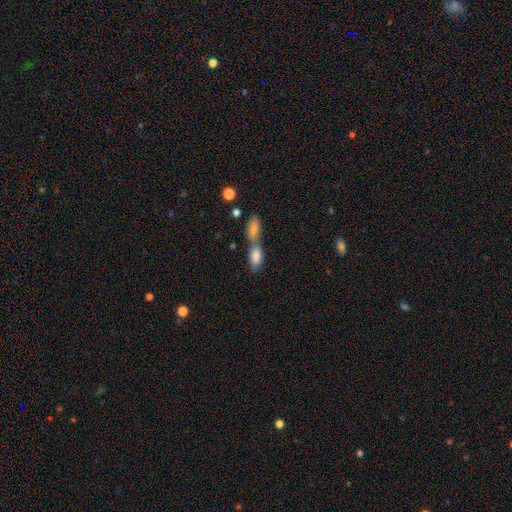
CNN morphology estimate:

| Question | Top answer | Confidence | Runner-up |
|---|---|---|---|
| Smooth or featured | smooth | 82% | featured or disk (11%) |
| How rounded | in between | 85% | cigar-shaped (11%) |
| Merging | merger | 68% | none (22%) |